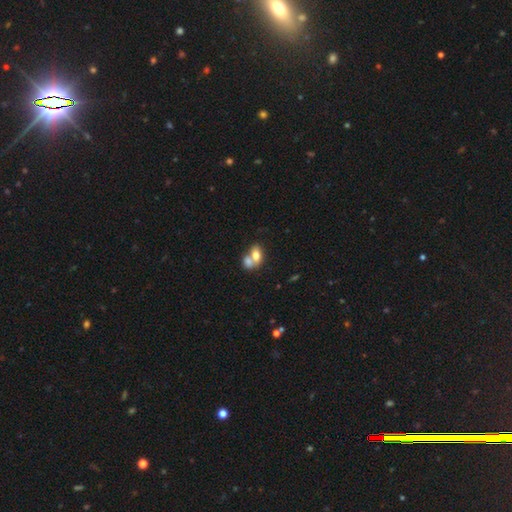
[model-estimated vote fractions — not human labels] The model was most divided on "merging": merger: 68%, none: 21%, minor disturbance: 7%, major disturbance: 4%. More confident: how rounded — in between (79%); smooth or featured — smooth (72%).